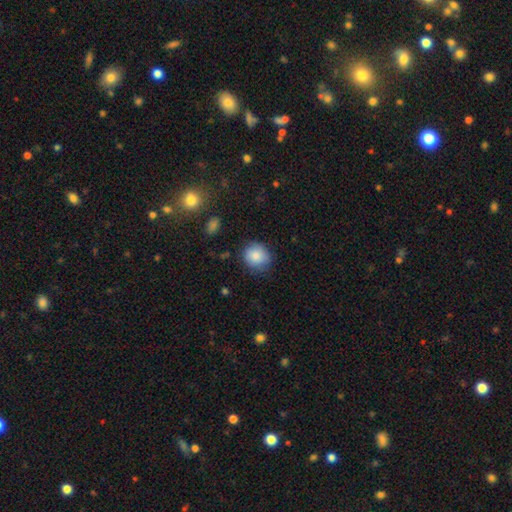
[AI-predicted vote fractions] Overall: smooth (85%). How rounded: round (80%). Merging: none (77%).